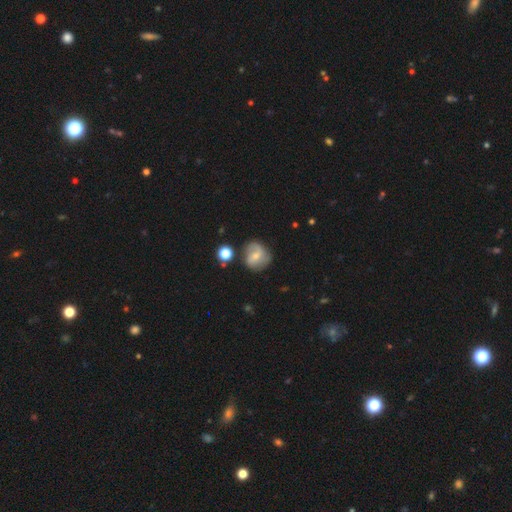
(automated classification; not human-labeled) Smooth or featured: featured or disk — 51% (smooth — 40%)
Edge-on disk: no — 97% (yes — 3%)
Merging: none — 65% (minor disturbance — 22%)